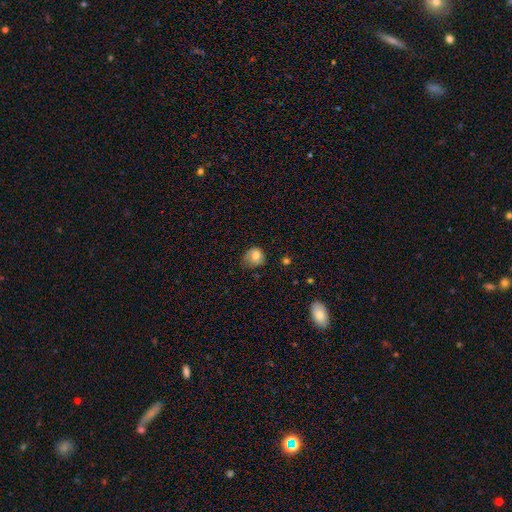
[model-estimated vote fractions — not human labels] This appears to be a smooth galaxy with no disk features (79%) that is round (67%). Merging: none (44%).